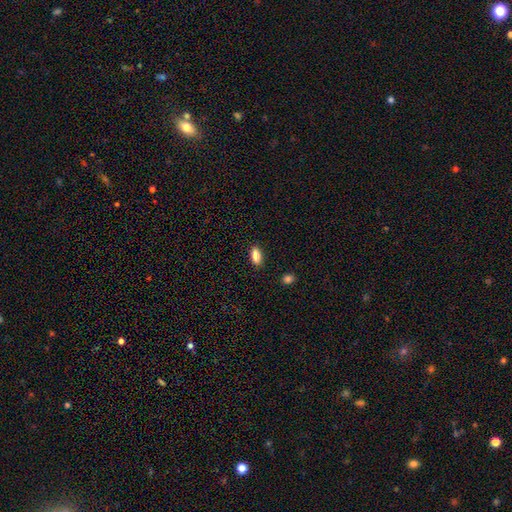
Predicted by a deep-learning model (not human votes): A smooth galaxy with no disk features (85%) that is in between round and cigar-shaped (85%).

Vote fractions:
- Smooth or featured? smooth: 85% / featured or disk: 8% / star or artifact: 8%
- How rounded? in between: 85% / cigar-shaped: 12% / round: 3%
- Merging? none: 89% / minor disturbance: 8% / major disturbance: 2% / merger: 1%